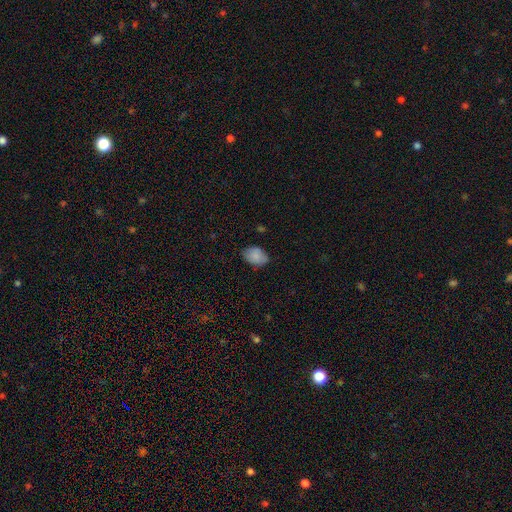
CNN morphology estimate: smooth 87%, star or artifact 7%, featured or disk 6%. Down the decision tree: how rounded — in between (82%); merging — none (76%).